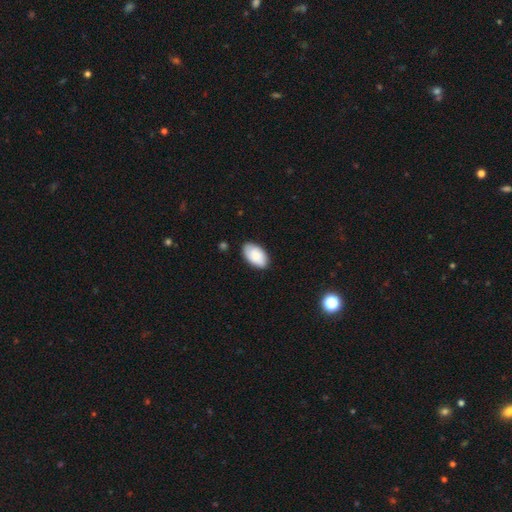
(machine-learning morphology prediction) Q: Smooth or featured?
A: smooth (85%); runner-up: featured or disk (9%)
Q: How rounded?
A: in between (95%); runner-up: round (4%)
Q: Merging?
A: none (81%); runner-up: minor disturbance (15%)